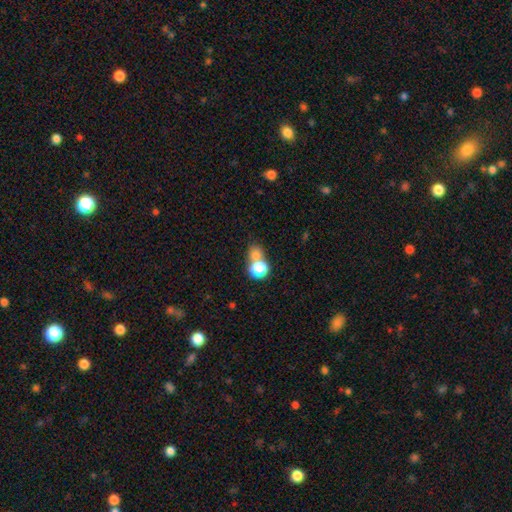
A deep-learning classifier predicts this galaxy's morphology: Q: Smooth or featured?
A: smooth (72%); runner-up: star or artifact (19%)
Q: How rounded?
A: round (78%); runner-up: in between (21%)
Q: Merging?
A: none (47%); runner-up: merger (42%)